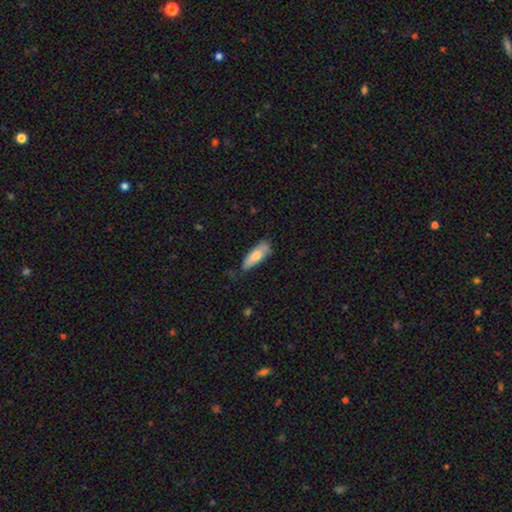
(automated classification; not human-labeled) smooth_or_featured: smooth (p=0.75) [alt: featured or disk p=0.19]
how_rounded: in between (p=0.61) [alt: cigar-shaped p=0.37]
merging: none (p=0.63) [alt: minor disturbance p=0.28]